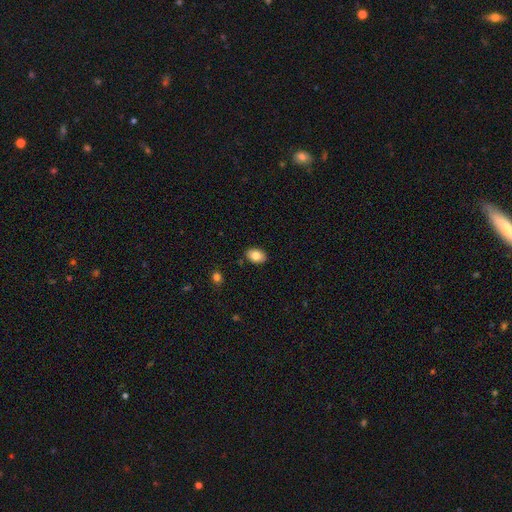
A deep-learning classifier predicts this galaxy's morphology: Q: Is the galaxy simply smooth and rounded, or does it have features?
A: smooth — 82%.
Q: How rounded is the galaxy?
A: in between — 85%.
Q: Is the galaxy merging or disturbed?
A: none — 87%.